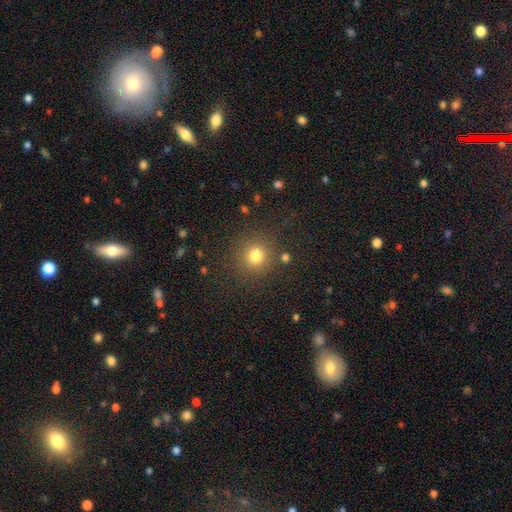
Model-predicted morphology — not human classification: This appears to be a smooth galaxy with no disk features (79%) that is round (91%). Merging: none (85%).